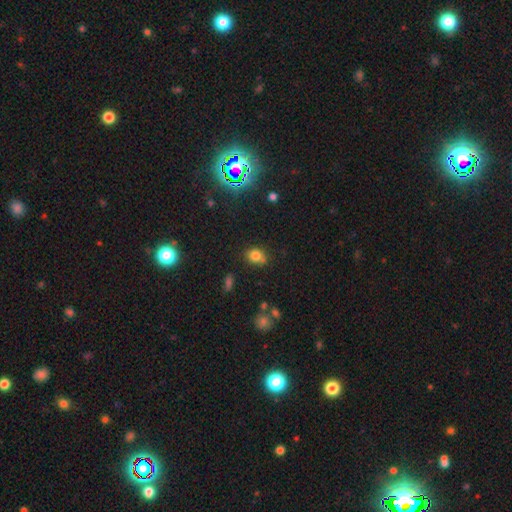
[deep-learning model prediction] A smooth galaxy with no disk features (77%) that is round (52%). Merging: none (64%).